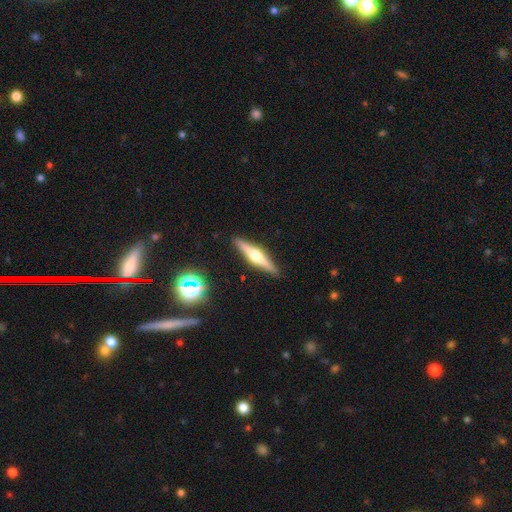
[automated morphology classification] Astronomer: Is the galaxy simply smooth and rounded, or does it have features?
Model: featured or disk — 72%.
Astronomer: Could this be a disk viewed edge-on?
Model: yes — 97%.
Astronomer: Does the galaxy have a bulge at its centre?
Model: rounded — 94%.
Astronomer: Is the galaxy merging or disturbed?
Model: none — 91%.